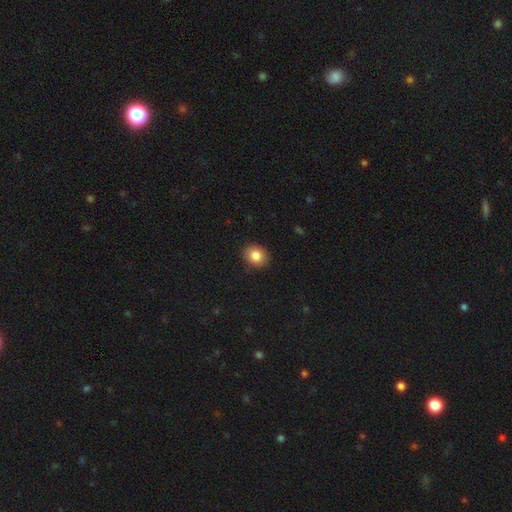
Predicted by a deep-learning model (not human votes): A smooth galaxy with no disk features (85%) that is round (65%).

Vote fractions:
- Smooth or featured? smooth: 85% / star or artifact: 9% / featured or disk: 6%
- How rounded? round: 65% / in between: 34% / cigar-shaped: 1%
- Merging? none: 90% / minor disturbance: 7% / major disturbance: 2% / merger: 1%